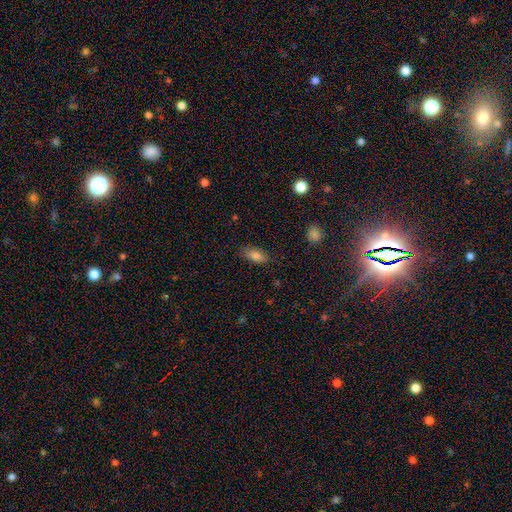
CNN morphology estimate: Smooth or featured? Predicted: smooth (p=0.83). How rounded? Predicted: in between (p=0.86). Merging? Predicted: none (p=0.81).